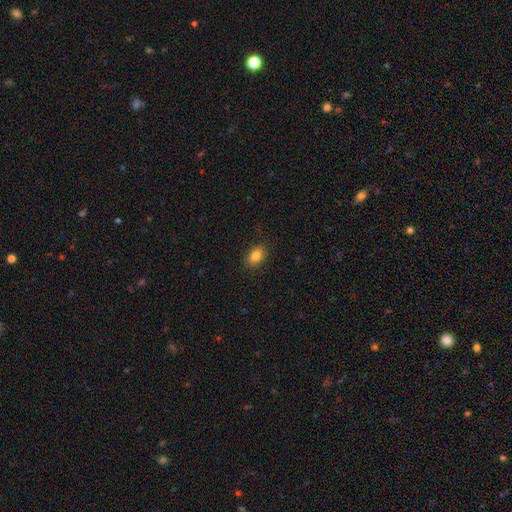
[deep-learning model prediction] Smooth or featured? Predicted: smooth (p=0.83). How rounded? Predicted: in between (p=0.81). Merging? Predicted: none (p=0.87).